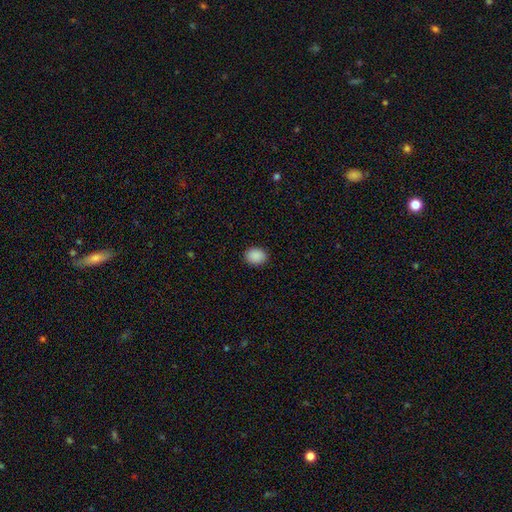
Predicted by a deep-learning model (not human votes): The model was most divided on "how rounded": in between: 50%, round: 49%, cigar-shaped: 1%. More confident: merging — none (90%); smooth or featured — smooth (90%).